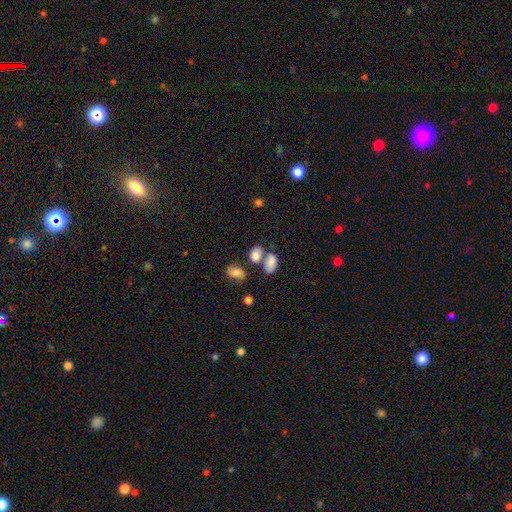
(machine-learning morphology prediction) smooth-or-featured: smooth: 80% | featured or disk: 10% | star or artifact: 10%
  how-rounded: in between: 82% | round: 16% | cigar-shaped: 2%
  merging: none: 45% | merger: 33% | minor disturbance: 15% | major disturbance: 6%